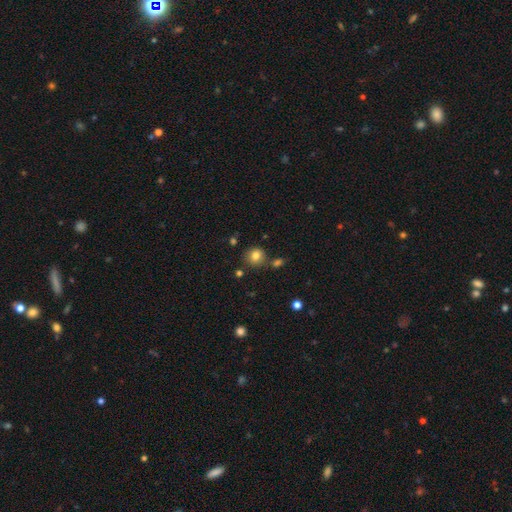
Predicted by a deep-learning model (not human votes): smooth-or-featured: smooth: 81% | star or artifact: 12% | featured or disk: 7%
  how-rounded: round: 87% | in between: 12% | cigar-shaped: 1%
  merging: none: 76% | minor disturbance: 11% | merger: 10% | major disturbance: 3%